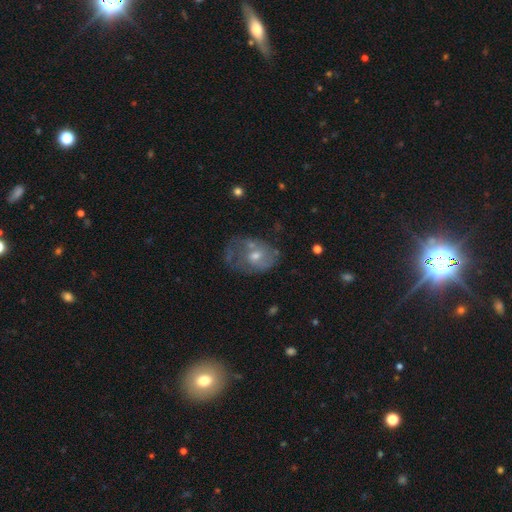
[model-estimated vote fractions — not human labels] A featured or disk galaxy (59%) with no bar (74%), spiral arms (54%) and a moderate central bulge (54%). Merging: none (39%).